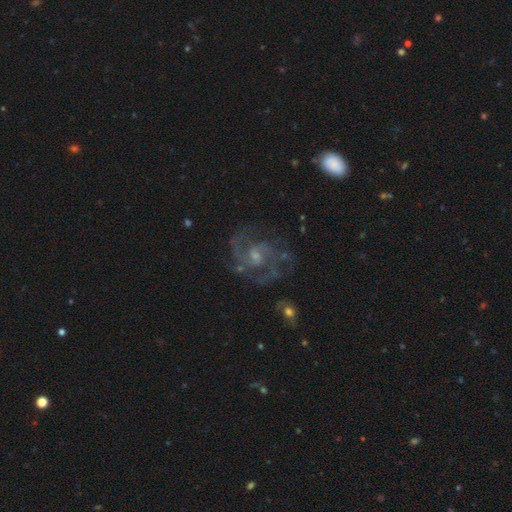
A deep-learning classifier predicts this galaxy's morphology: This appears to be a featured or disk galaxy (87%) with no bar (48%), 2 (44%) medium (55%) spiral arms (95%) and a small central bulge (59%). Merging: none (67%).